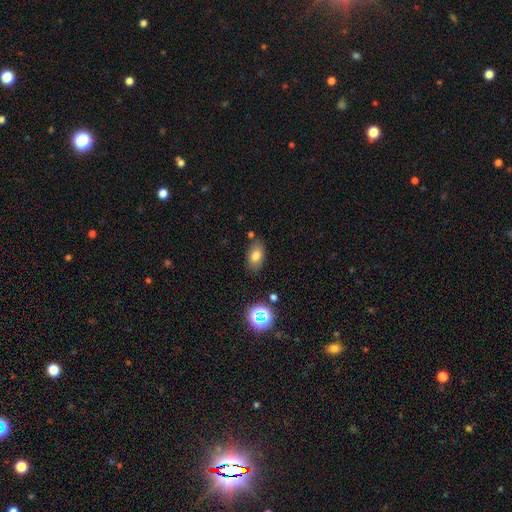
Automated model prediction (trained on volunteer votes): The model was most divided on "smooth or featured": smooth: 76%, star or artifact: 12%, featured or disk: 11%. More confident: how rounded — in between (87%); merging — none (79%).